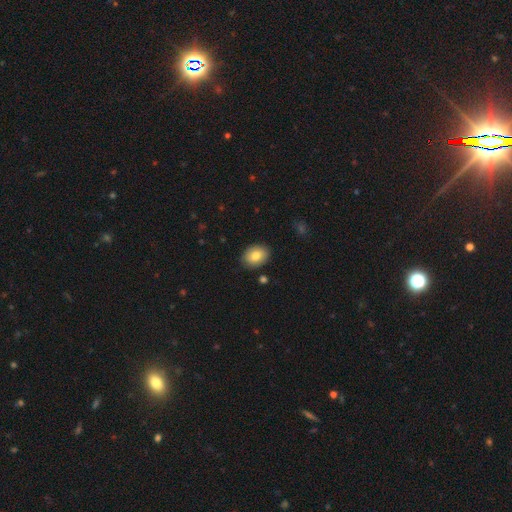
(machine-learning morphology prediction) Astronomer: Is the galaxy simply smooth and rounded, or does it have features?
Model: smooth — 79%.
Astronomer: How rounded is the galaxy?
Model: in between — 62% (runner-up: round, 37%).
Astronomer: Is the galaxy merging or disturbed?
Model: none — 86%.